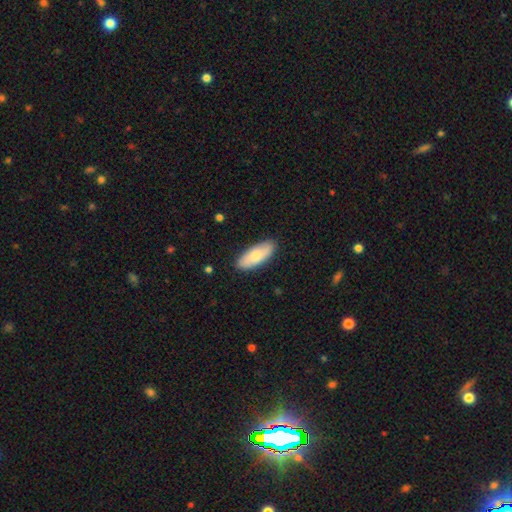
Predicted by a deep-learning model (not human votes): Morphology: type=smooth (76%); roundness=in between (79%); merging=none (87%).